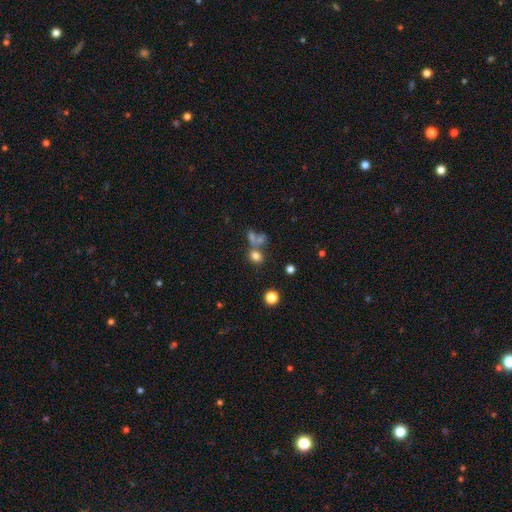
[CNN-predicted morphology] A smooth galaxy with no disk features (75%) that is round (57%).

Vote fractions:
- Smooth or featured? smooth: 75% / star or artifact: 16% / featured or disk: 9%
- How rounded? round: 57% / in between: 41% / cigar-shaped: 2%
- Merging? none: 54% / merger: 29% / minor disturbance: 10% / major disturbance: 7%